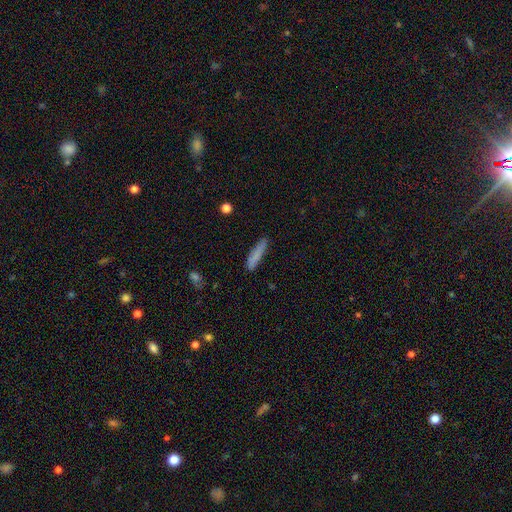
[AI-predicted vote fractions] This appears to be a smooth galaxy with no disk features (81%) that is cigar-shaped (89%). Merging: none (84%).